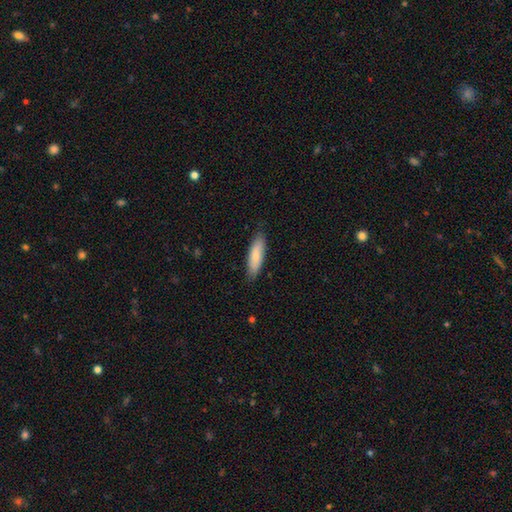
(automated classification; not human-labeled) Smooth or featured? Predicted: smooth (p=0.81). How rounded? Predicted: cigar-shaped (p=0.53). Merging? Predicted: none (p=0.83).